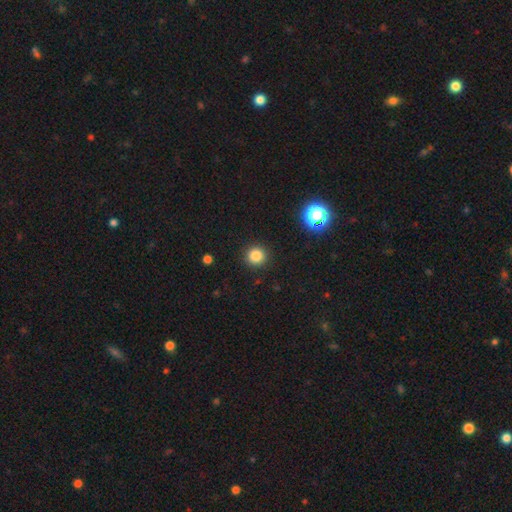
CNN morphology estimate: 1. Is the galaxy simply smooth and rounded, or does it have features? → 82% smooth, 13% star or artifact, 4% featured or disk.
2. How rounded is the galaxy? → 94% round, 5% in between, 1% cigar-shaped.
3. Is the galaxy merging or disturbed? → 91% none, 5% minor disturbance, 2% major disturbance, 1% merger.